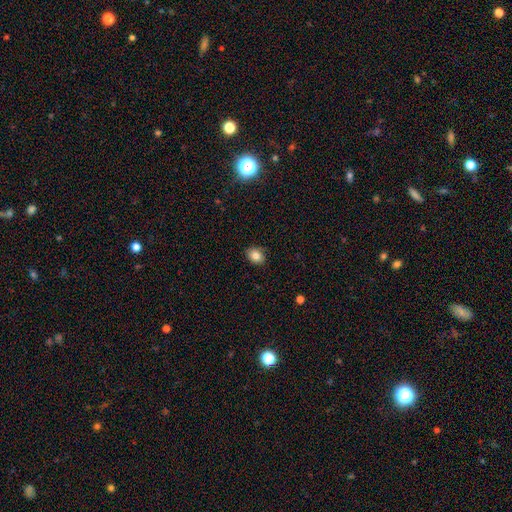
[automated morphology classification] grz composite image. It shows a smooth galaxy with no disk features (83%) that is in between round and cigar-shaped (61%). Merging: none (87%).